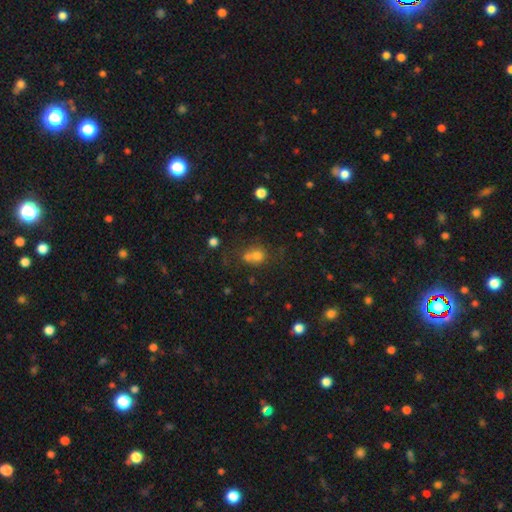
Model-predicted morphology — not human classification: Q: Smooth or featured?
A: smooth (66%); runner-up: star or artifact (22%)
Q: How rounded?
A: round (74%); runner-up: in between (25%)
Q: Merging?
A: merger (46%); runner-up: none (40%)